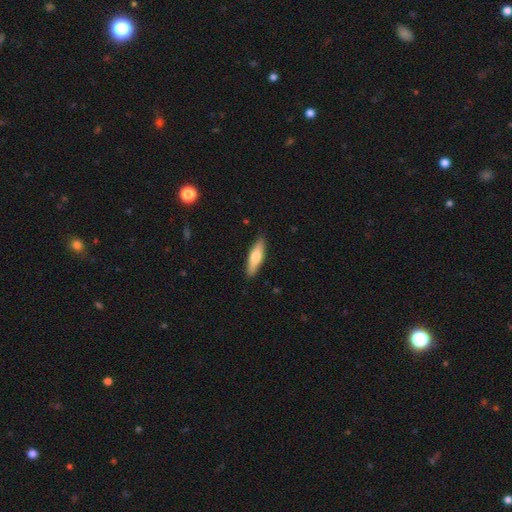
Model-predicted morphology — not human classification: smooth_or_featured: smooth (p=0.67) [alt: featured or disk p=0.28]
how_rounded: cigar-shaped (p=0.62) [alt: in between p=0.36]
merging: none (p=0.88) [alt: minor disturbance p=0.09]